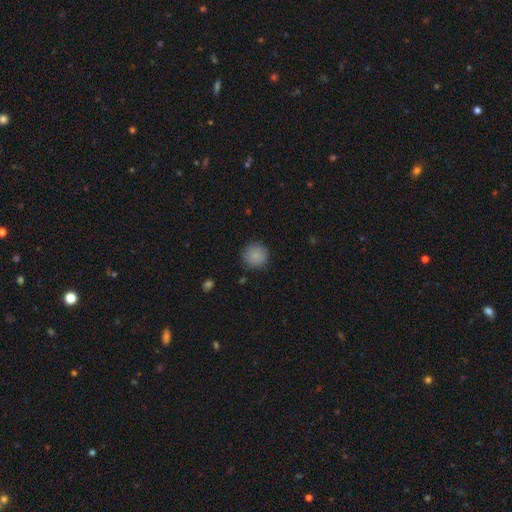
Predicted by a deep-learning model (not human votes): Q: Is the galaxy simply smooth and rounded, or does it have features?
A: smooth — 86%.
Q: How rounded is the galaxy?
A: round — 94%.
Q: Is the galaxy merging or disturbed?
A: none — 87%.